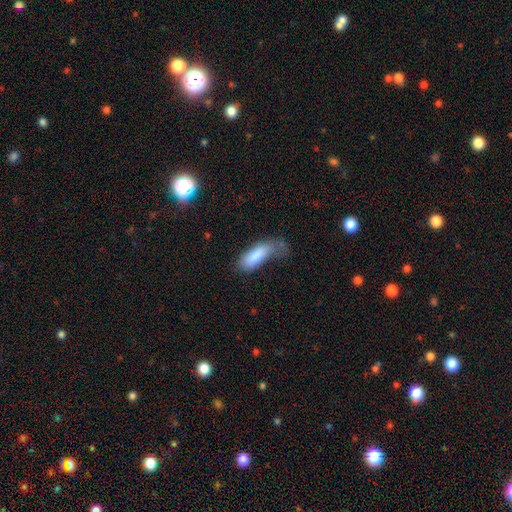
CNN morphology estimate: The model was most divided on "merging": major disturbance: 41%, minor disturbance: 31%, none: 22%, merger: 6%. More confident: smooth or featured — smooth (80%); how rounded — in between (71%).